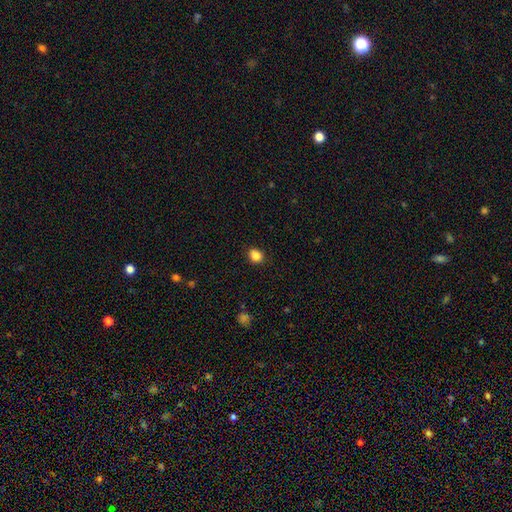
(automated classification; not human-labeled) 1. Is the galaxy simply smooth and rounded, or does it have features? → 86% smooth, 10% star or artifact, 4% featured or disk.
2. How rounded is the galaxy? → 56% round, 43% in between, 1% cigar-shaped.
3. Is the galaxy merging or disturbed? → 87% none, 10% minor disturbance, 2% major disturbance, 1% merger.